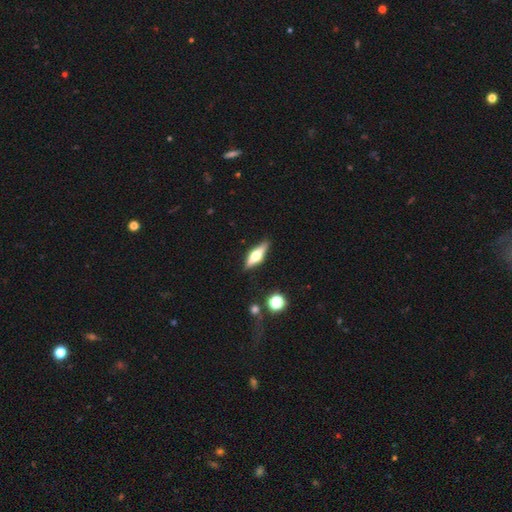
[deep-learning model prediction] Smooth or featured? featured or disk (55%)
Edge-on disk? yes (93%)
Edge-on bulge? rounded (92%)
Merging? none (86%)